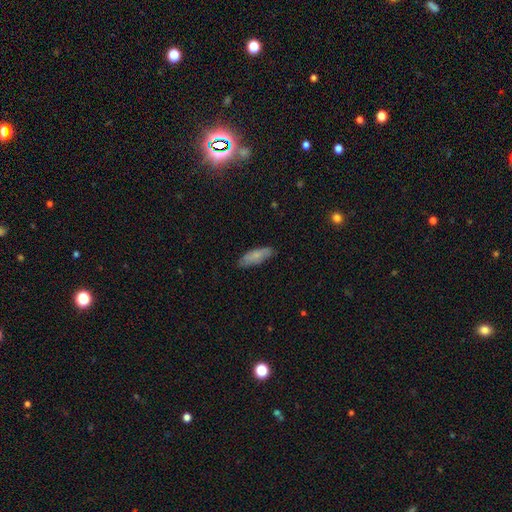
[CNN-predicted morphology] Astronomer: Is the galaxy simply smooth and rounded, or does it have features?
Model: smooth — 74%.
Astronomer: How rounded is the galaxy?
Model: in between — 60% (runner-up: cigar-shaped, 38%).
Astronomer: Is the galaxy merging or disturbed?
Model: none — 82%.